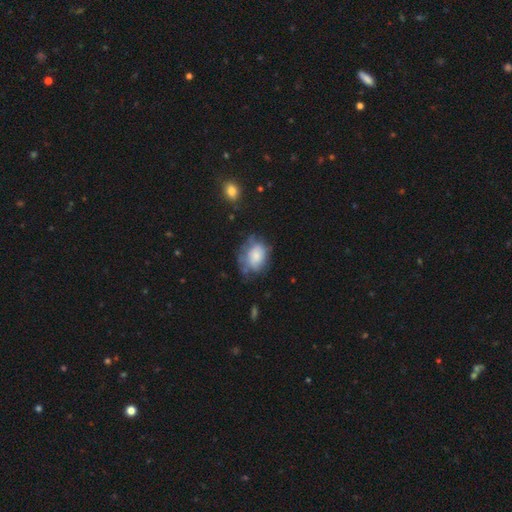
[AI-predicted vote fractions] Smooth or featured: smooth — 68% (featured or disk — 23%)
How rounded: in between — 59% (round — 40%)
Merging: none — 49% (minor disturbance — 30%)